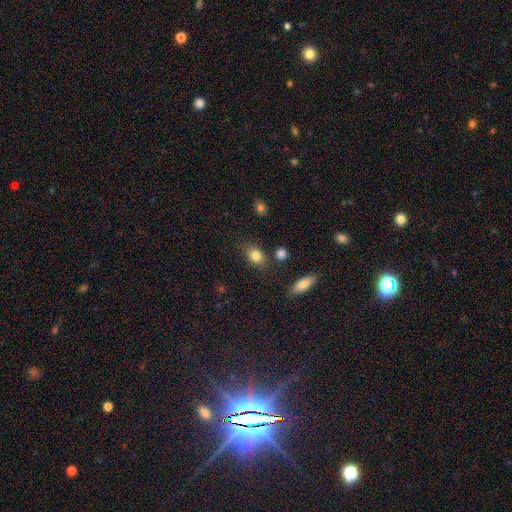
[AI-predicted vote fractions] smooth-or-featured: smooth: 82% | featured or disk: 9% | star or artifact: 9%
  how-rounded: in between: 74% | round: 23% | cigar-shaped: 3%
  merging: none: 75% | minor disturbance: 15% | merger: 6% | major disturbance: 4%